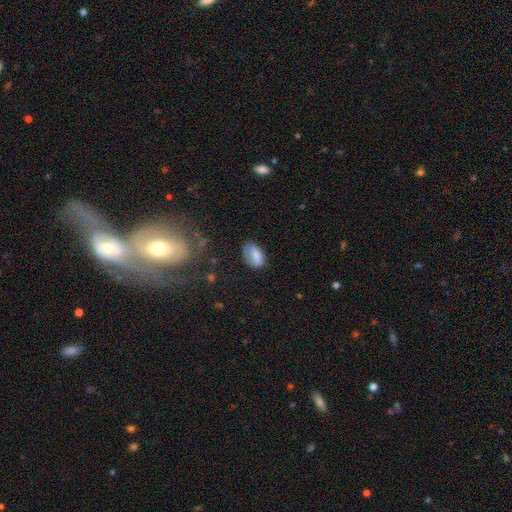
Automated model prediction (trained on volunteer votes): Smooth or featured? Predicted: smooth (p=0.75). How rounded? Predicted: in between (p=0.90). Merging? Predicted: none (p=0.60).